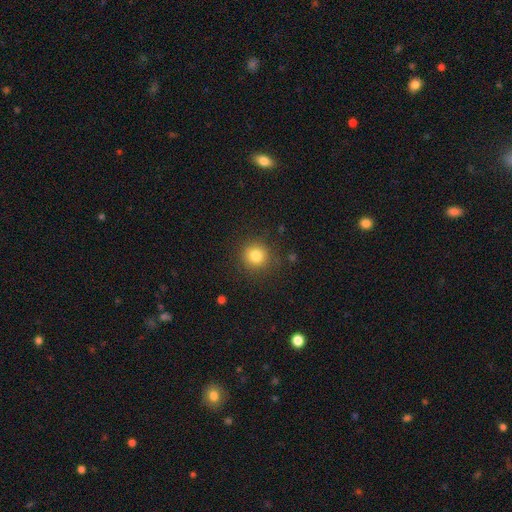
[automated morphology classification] A smooth galaxy with no disk features (81%) that is round (92%). Merging: none (87%).